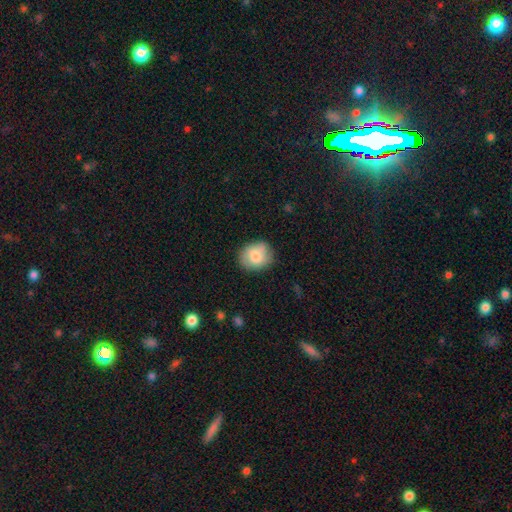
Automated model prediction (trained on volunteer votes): Overall: smooth (80%). How rounded: round (66%; in between 33%). Merging: none (81%).